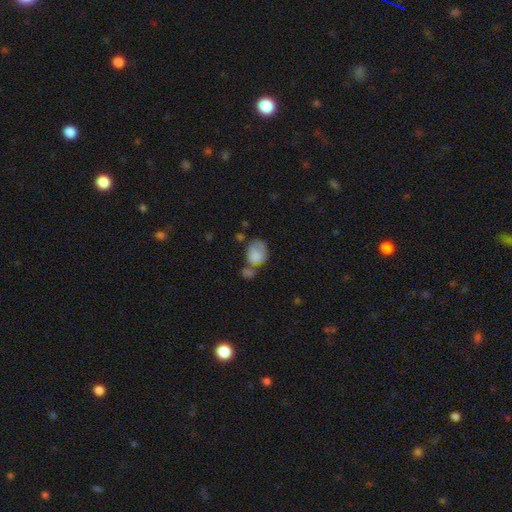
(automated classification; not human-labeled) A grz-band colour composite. It shows a smooth galaxy with no disk features (78%) that is in between round and cigar-shaped (62%). Merging: merger (41%).